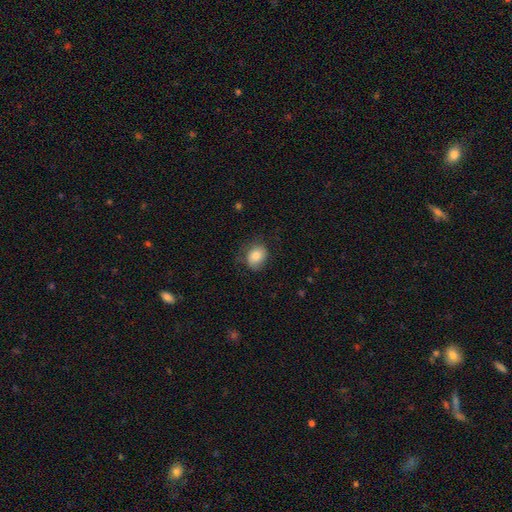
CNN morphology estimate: A smooth galaxy with no disk features (82%) that is in between round and cigar-shaped (53%). Merging: none (69%).